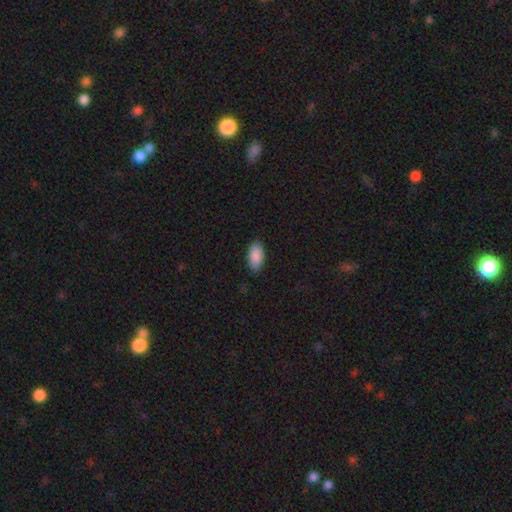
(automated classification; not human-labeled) smooth_or_featured: smooth (p=0.90) [alt: star or artifact p=0.06]
how_rounded: in between (p=0.94) [alt: cigar-shaped p=0.04]
merging: none (p=0.86) [alt: minor disturbance p=0.10]